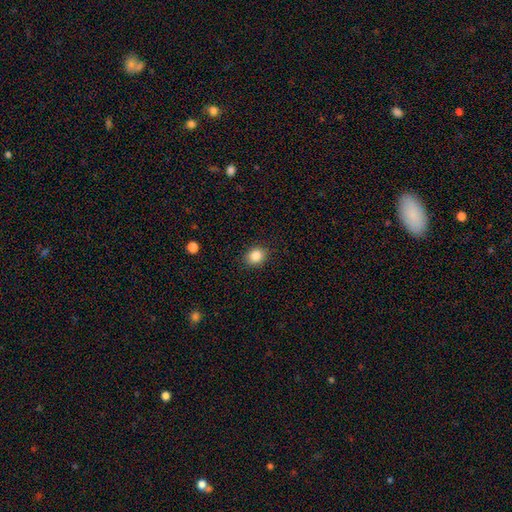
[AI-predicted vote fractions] smooth_or_featured: smooth (p=0.86) [alt: star or artifact p=0.10]
how_rounded: round (p=0.61) [alt: in between p=0.38]
merging: none (p=0.88) [alt: minor disturbance p=0.08]